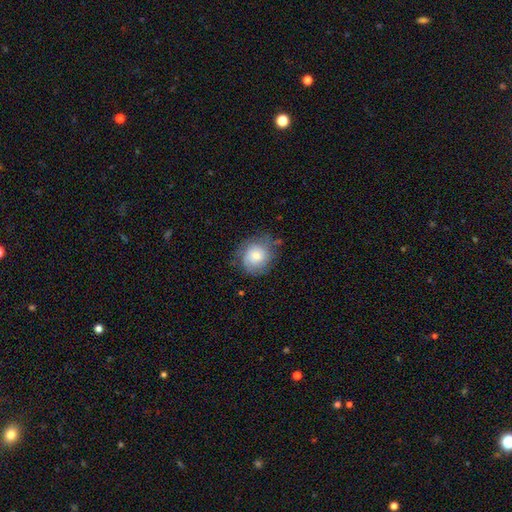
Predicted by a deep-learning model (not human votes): smooth_or_featured: smooth (p=0.60) [alt: featured or disk p=0.32]
how_rounded: round (p=0.80) [alt: in between p=0.19]
merging: none (p=0.63) [alt: minor disturbance p=0.26]